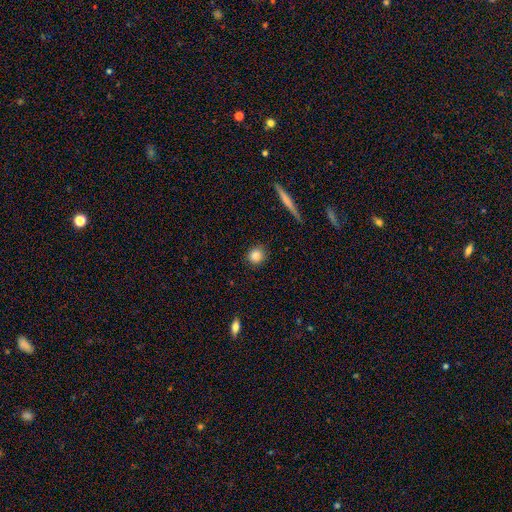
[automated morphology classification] Overall: smooth (85%). How rounded: round (90%). Merging: none (89%).